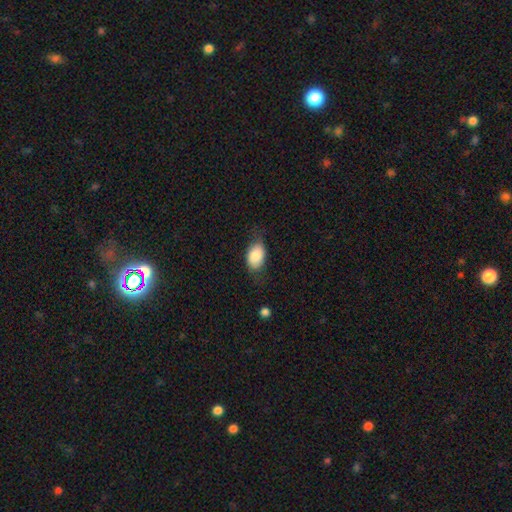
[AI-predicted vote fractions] Smooth or featured?
  - smooth: 83% *
  - featured or disk: 10%
  - star or artifact: 7%
How rounded?
  - in between: 86% *
  - round: 12%
  - cigar-shaped: 2%
Merging?
  - none: 65% *
  - minor disturbance: 26%
  - major disturbance: 8%
  - merger: 1%